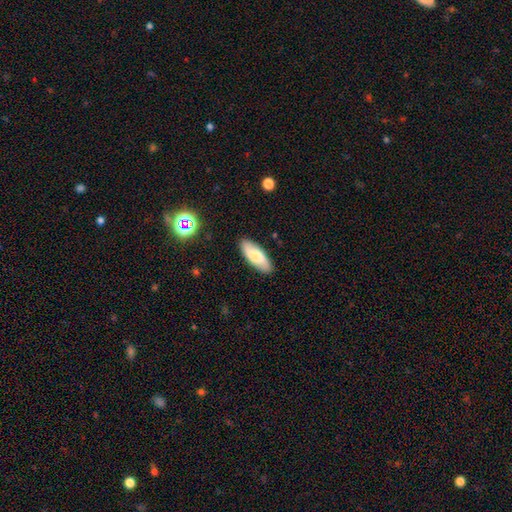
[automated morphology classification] Smooth or featured? Predicted: smooth (p=0.70). How rounded? Predicted: in between (p=0.73). Merging? Predicted: none (p=0.88).